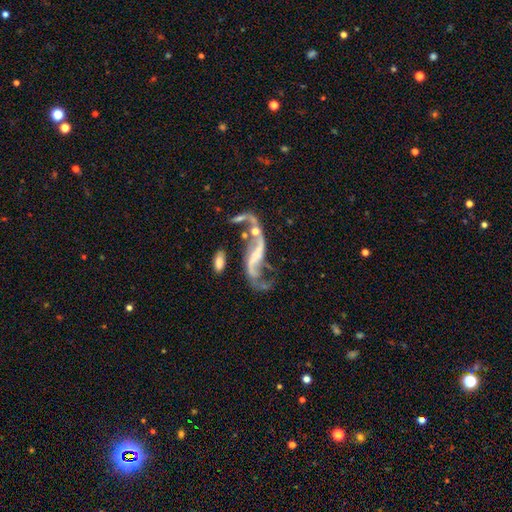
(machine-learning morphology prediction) This appears to be a featured or disk galaxy (85%) with no bar (36%), 2 (88%) loose (89%) spiral arms (88%) and a small central bulge (43%). Merging: none (33%).